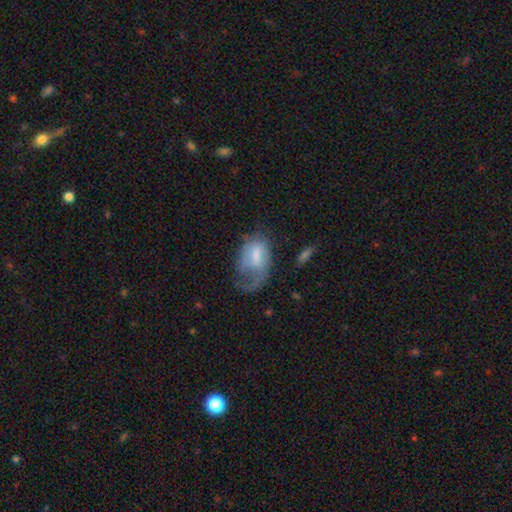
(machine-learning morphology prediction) smooth_or_featured: featured or disk (p=0.49) [alt: smooth p=0.43]
merging: major disturbance (p=0.52) [alt: none p=0.24]